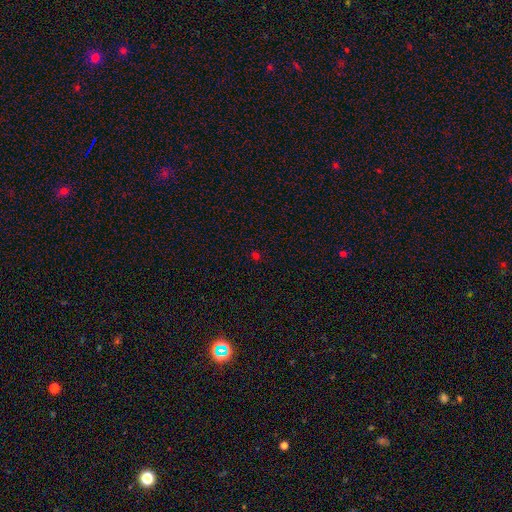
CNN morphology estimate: Smooth or featured? smooth (51%)
How rounded? round (78%)
Merging? none (84%)